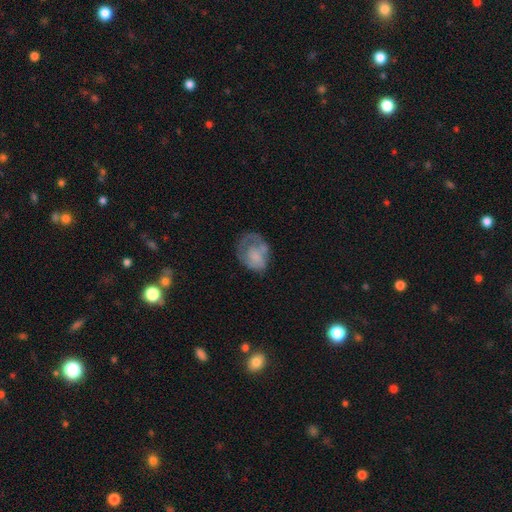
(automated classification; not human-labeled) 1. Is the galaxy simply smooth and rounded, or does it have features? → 51% smooth, 41% featured or disk, 8% star or artifact.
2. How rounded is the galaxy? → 59% in between, 40% round, 1% cigar-shaped.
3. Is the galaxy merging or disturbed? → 38% none, 31% major disturbance, 27% minor disturbance, 4% merger.